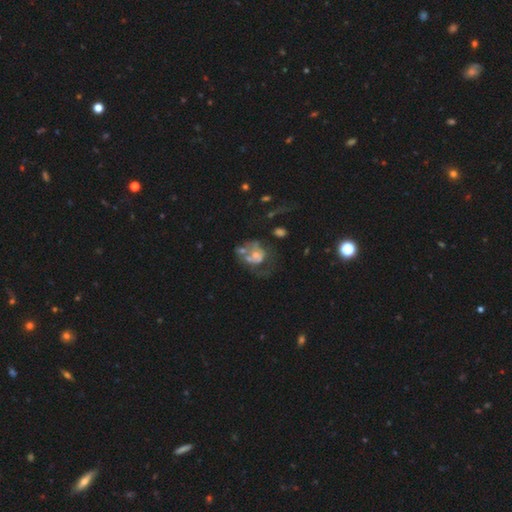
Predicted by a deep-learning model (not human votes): Smooth or featured? Predicted: featured or disk (p=0.56). Edge-on disk? Predicted: no (p=0.97). Bar? Predicted: no (p=0.85). Spiral arms? Predicted: no (p=0.68). Bulge size? Predicted: moderate (p=0.36). Merging? Predicted: major disturbance (p=0.38).